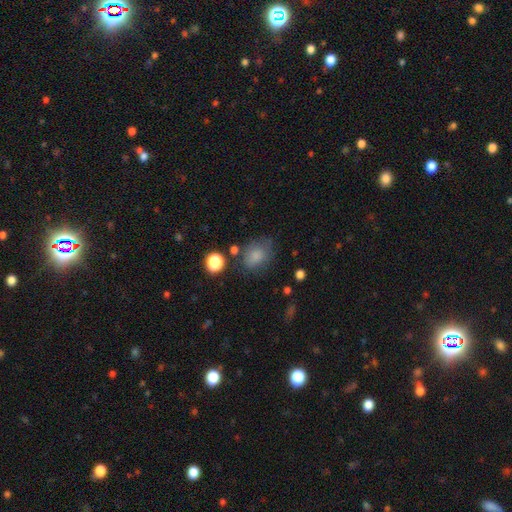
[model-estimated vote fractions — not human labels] A smooth galaxy with no disk features (79%) that is in between round and cigar-shaped (54%). Merging: none (60%).